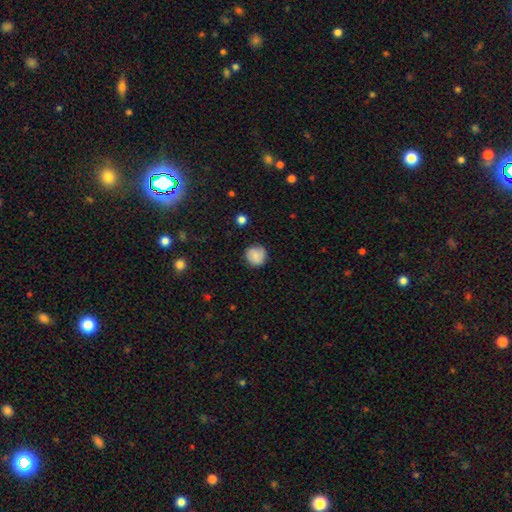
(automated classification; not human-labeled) smooth 83%, featured or disk 9%, star or artifact 8%. Down the decision tree: how rounded — round (91%); merging — none (82%).